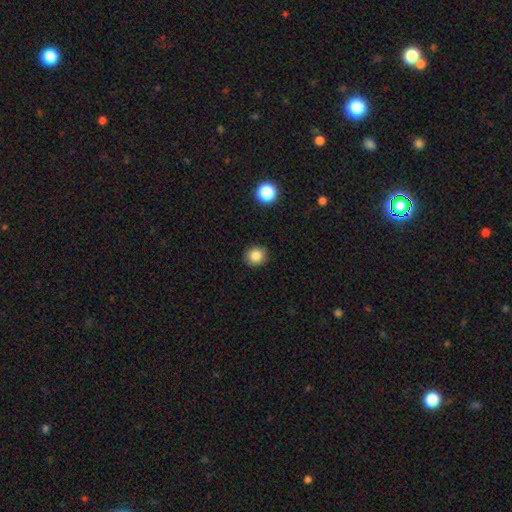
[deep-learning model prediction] This appears to be a smooth galaxy with no disk features (85%) that is round (83%). Merging: none (90%).